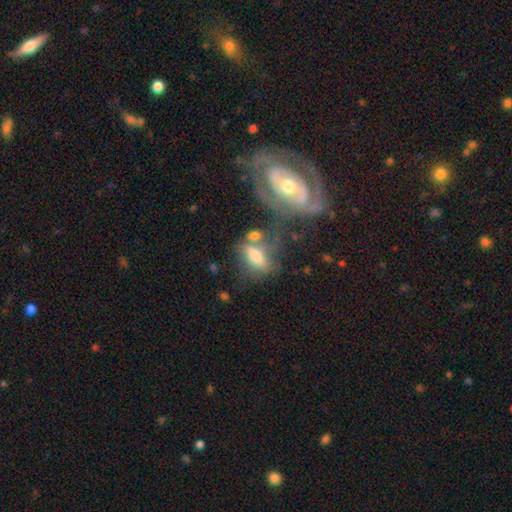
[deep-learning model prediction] A smooth galaxy with no disk features (59%) that is in between round and cigar-shaped (80%). Merging: none (36%).